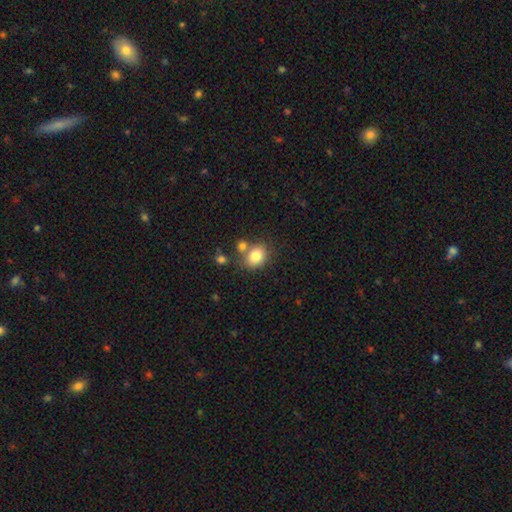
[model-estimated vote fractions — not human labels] Morphology: type=smooth (81%); roundness=in between (52%); merging=none (62%).